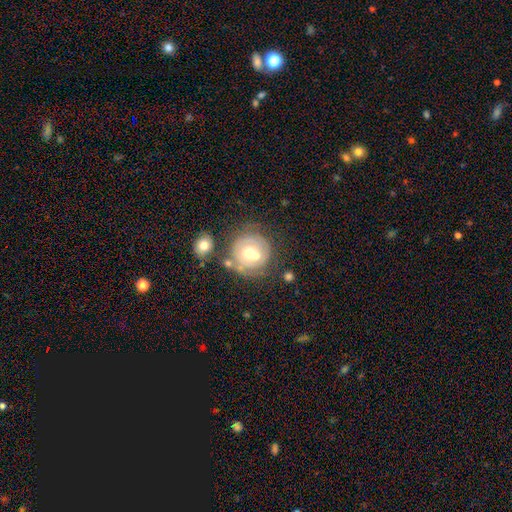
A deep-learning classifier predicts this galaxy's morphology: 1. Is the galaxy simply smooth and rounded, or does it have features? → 54% featured or disk, 39% smooth, 8% star or artifact.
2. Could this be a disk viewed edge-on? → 97% no, 3% yes.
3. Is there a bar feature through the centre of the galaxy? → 78% no, 18% weak, 5% strong.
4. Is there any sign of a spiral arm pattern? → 55% no, 45% yes.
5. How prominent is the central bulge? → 65% moderate, 15% large, 15% small, 2% none, 2% dominant.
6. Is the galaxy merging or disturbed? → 47% none, 20% minor disturbance, 19% merger, 14% major disturbance.